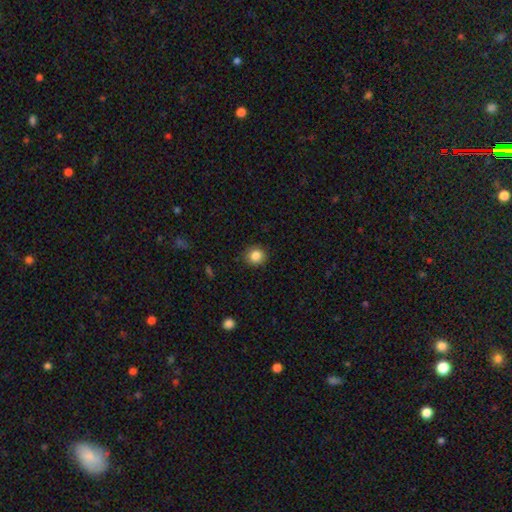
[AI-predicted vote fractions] smooth 85%, star or artifact 10%, featured or disk 5%. Down the decision tree: how rounded — round (86%); merging — none (89%).